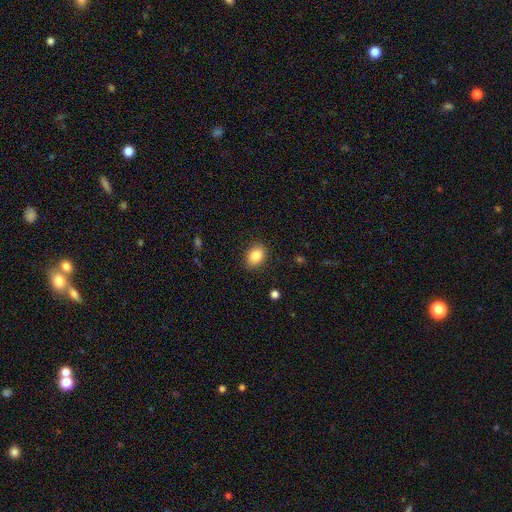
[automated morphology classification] Smooth or featured? Predicted: smooth (p=0.86). How rounded? Predicted: in between (p=0.61). Merging? Predicted: none (p=0.87).